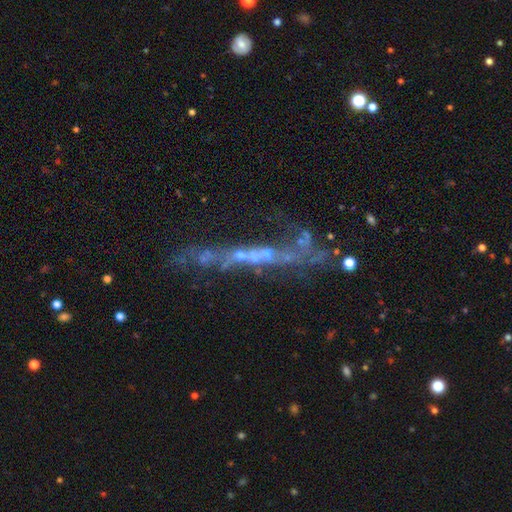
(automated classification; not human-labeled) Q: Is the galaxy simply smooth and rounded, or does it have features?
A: featured or disk — 62%.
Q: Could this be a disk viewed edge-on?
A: yes — 52%.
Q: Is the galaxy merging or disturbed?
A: none — 44%.